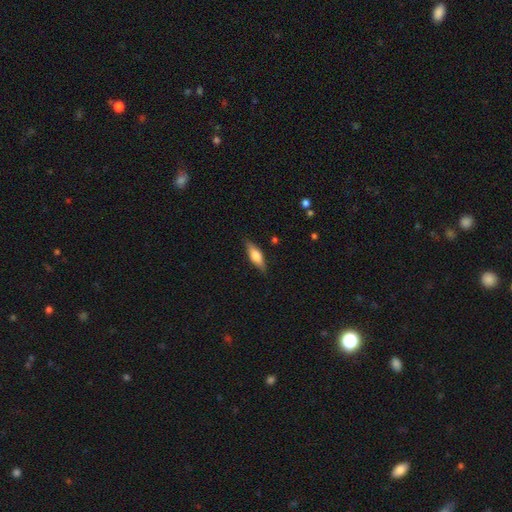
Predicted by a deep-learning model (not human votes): smooth 55%, featured or disk 38%, star or artifact 6%. Down the decision tree: how rounded — in between (53%); merging — none (86%).